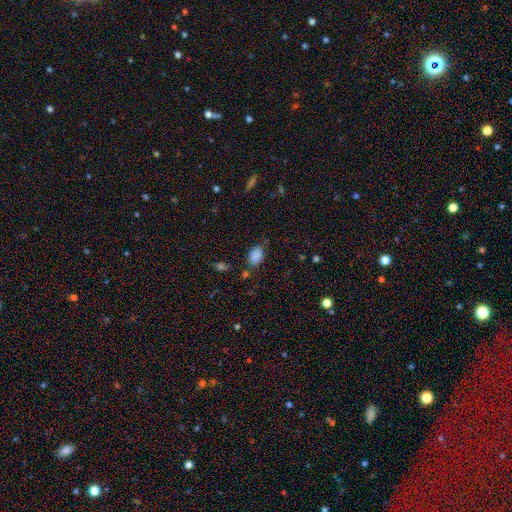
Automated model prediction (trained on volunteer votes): A smooth galaxy with no disk features (85%) that is in between round and cigar-shaped (80%). Merging: none (72%).